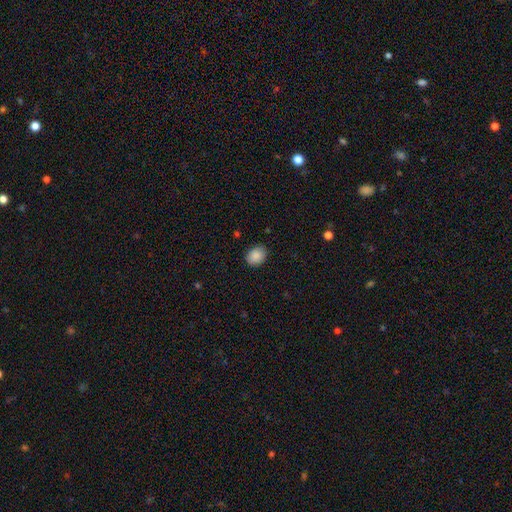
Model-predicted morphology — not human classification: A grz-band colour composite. It shows a smooth galaxy with no disk features (89%) that is in between round and cigar-shaped (57%). Merging: none (86%).